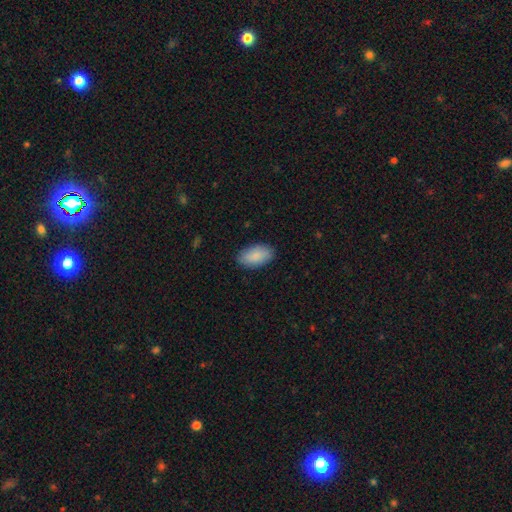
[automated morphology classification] smooth-or-featured: smooth: 88% | featured or disk: 6% | star or artifact: 6%
  how-rounded: in between: 95% | round: 3% | cigar-shaped: 2%
  merging: none: 87% | minor disturbance: 10% | major disturbance: 2% | merger: 1%